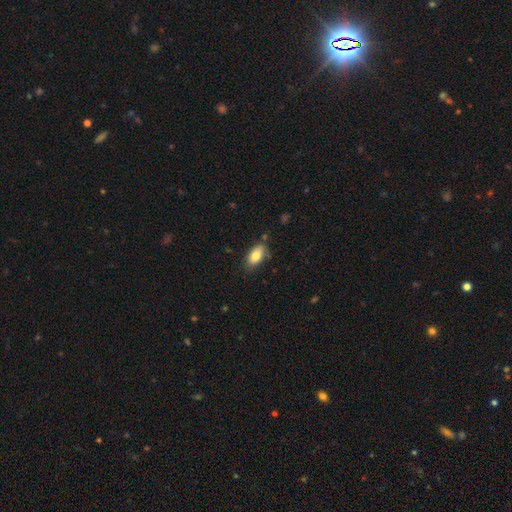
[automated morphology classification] This appears to be a smooth galaxy with no disk features (82%) that is in between round and cigar-shaped (92%). Merging: none (75%).